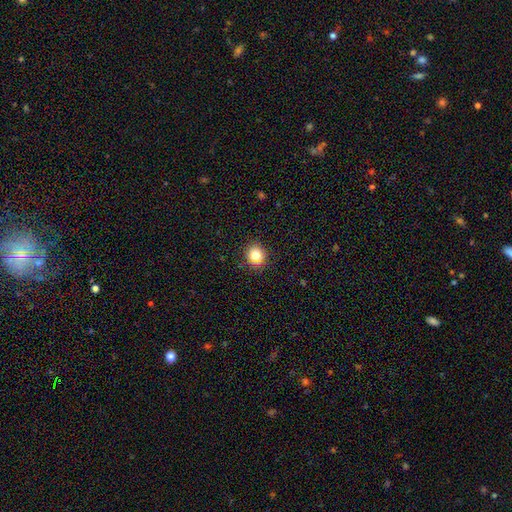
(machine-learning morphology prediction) The model was most divided on "how rounded": round: 82%, in between: 17%, cigar-shaped: 1%. More confident: merging — none (89%); smooth or featured — smooth (82%).